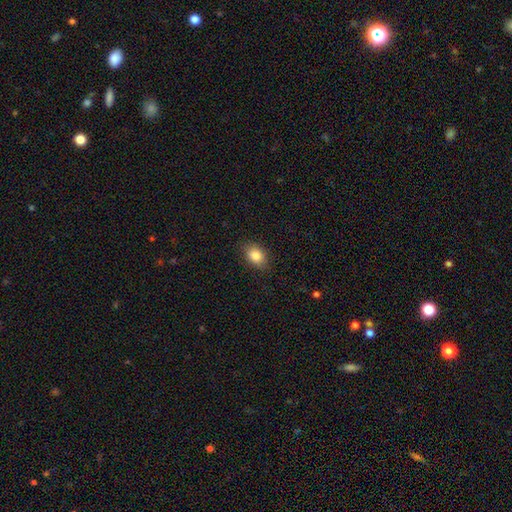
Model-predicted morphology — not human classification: A smooth galaxy with no disk features (84%) that is in between round and cigar-shaped (76%).

Vote fractions:
- Smooth or featured? smooth: 84% / star or artifact: 9% / featured or disk: 7%
- How rounded? in between: 76% / round: 22% / cigar-shaped: 1%
- Merging? none: 86% / minor disturbance: 11% / major disturbance: 3% / merger: 1%